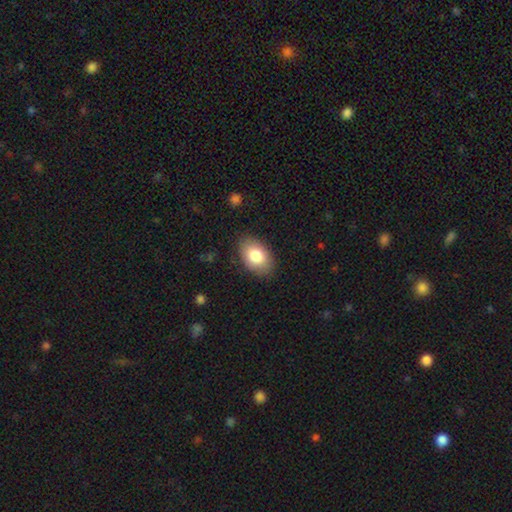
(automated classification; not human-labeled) A smooth galaxy with no disk features (83%) that is in between round and cigar-shaped (90%). Merging: none (86%).